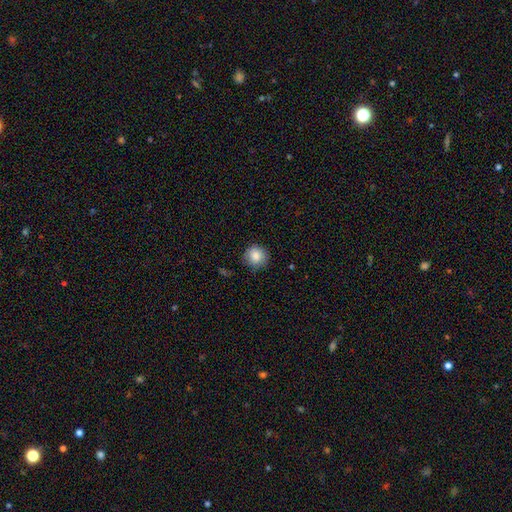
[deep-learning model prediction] The model was most divided on "merging": none: 83%, minor disturbance: 13%, major disturbance: 3%, merger: 1%. More confident: how rounded — round (91%); smooth or featured — smooth (85%).